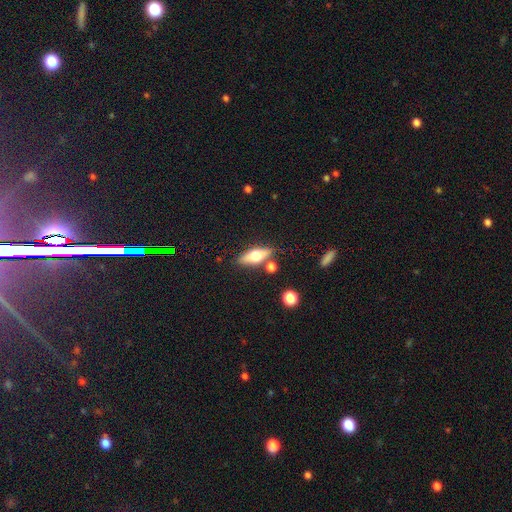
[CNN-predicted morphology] Smooth or featured?
  - smooth: 50% *
  - featured or disk: 42%
  - star or artifact: 8%
Merging?
  - none: 76% *
  - minor disturbance: 12%
  - merger: 9%
  - major disturbance: 3%